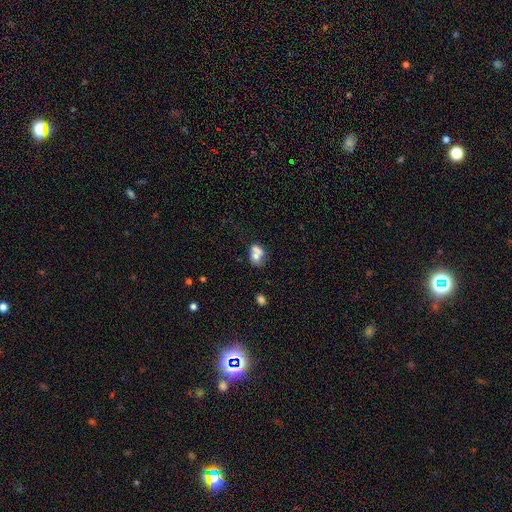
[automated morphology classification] Smooth or featured? Predicted: smooth (p=0.65). How rounded? Predicted: in between (p=0.56). Merging? Predicted: merger (p=0.56).